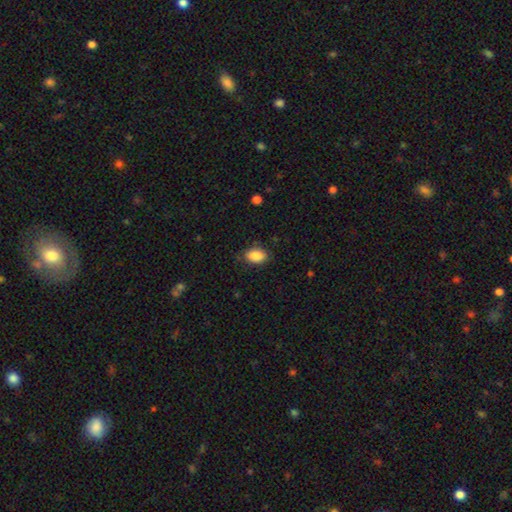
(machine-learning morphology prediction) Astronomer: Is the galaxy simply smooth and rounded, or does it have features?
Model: smooth — 88%.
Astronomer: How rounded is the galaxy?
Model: in between — 87%.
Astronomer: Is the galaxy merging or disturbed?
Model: none — 81%.